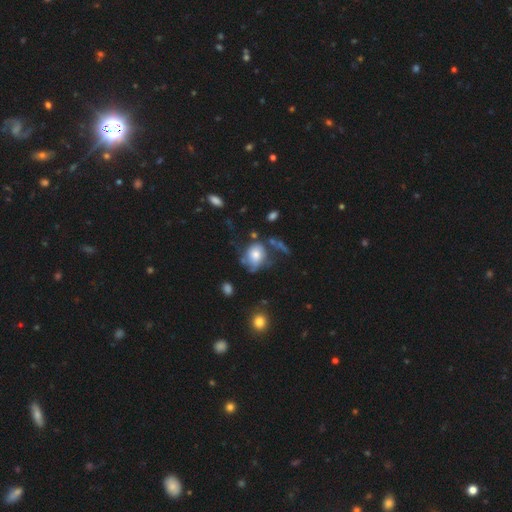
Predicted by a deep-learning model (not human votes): This appears to be a smooth galaxy with no disk features (61%) that is in between round and cigar-shaped (50%). Merging: none (41%).